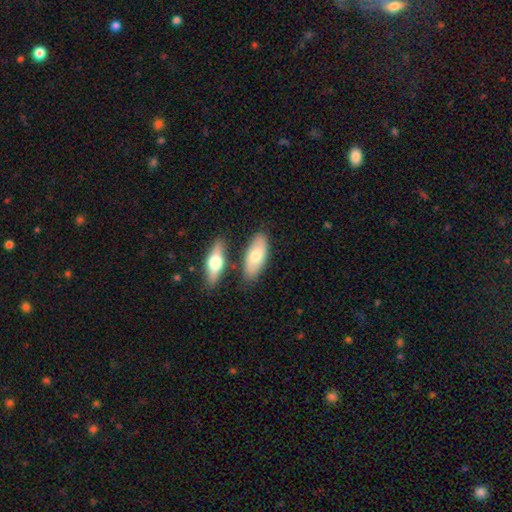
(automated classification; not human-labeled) Q: Smooth or featured?
A: smooth (67%); runner-up: featured or disk (27%)
Q: How rounded?
A: in between (81%); runner-up: cigar-shaped (16%)
Q: Merging?
A: none (75%); runner-up: minor disturbance (14%)